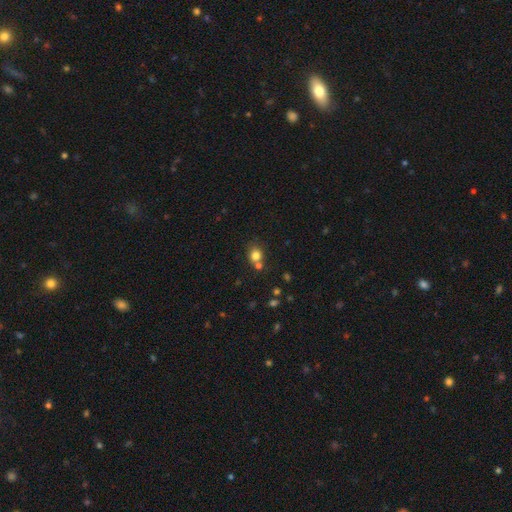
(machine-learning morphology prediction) Smooth or featured? Predicted: smooth (p=0.79). How rounded? Predicted: round (p=0.74). Merging? Predicted: none (p=0.55).